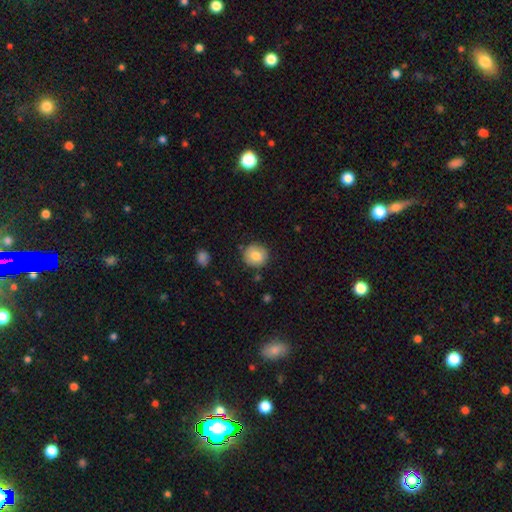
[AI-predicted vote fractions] smooth-or-featured: smooth: 81% | featured or disk: 11% | star or artifact: 8%
  how-rounded: round: 89% | in between: 10% | cigar-shaped: 1%
  merging: none: 82% | minor disturbance: 13% | major disturbance: 3% | merger: 2%